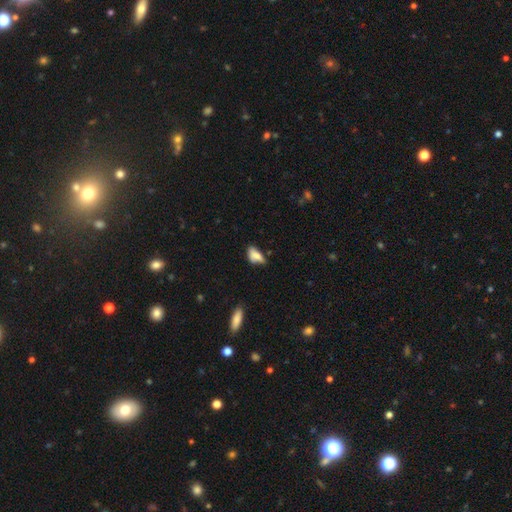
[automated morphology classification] Smooth or featured?
  - smooth: 74% *
  - featured or disk: 17%
  - star or artifact: 9%
How rounded?
  - in between: 85% *
  - cigar-shaped: 10%
  - round: 5%
Merging?
  - minor disturbance: 40% *
  - none: 38%
  - major disturbance: 14%
  - merger: 7%